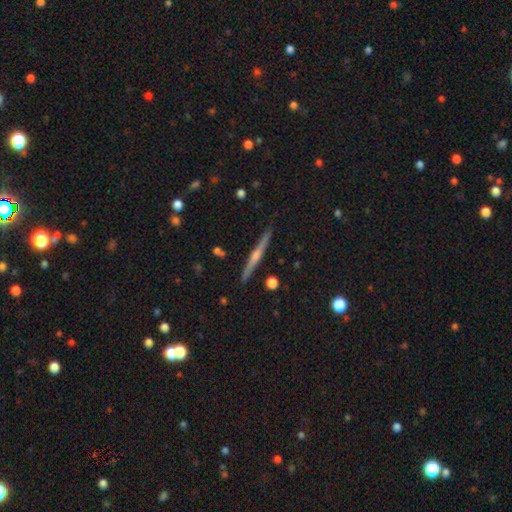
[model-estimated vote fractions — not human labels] This is likely a featured or disk galaxy (73%). It is clearly viewed edge-on (98%). Edge-on bulge: clearly rounded (80%). Merging: clearly none (90%).